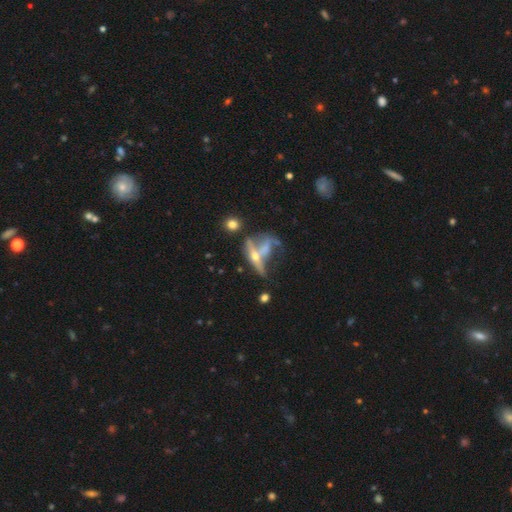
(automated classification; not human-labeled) smooth_or_featured: featured or disk (p=0.65) [alt: smooth p=0.22]
disk_edge_on: yes (p=0.65) [alt: no p=0.35]
merging: merger (p=0.36) [alt: none p=0.32]